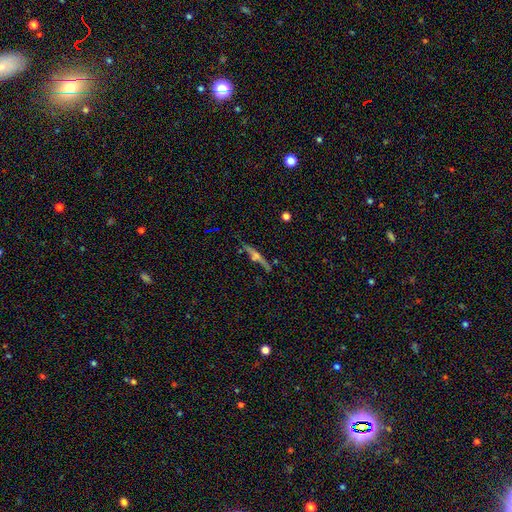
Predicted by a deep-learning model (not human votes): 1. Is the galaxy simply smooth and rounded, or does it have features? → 68% featured or disk, 20% smooth, 12% star or artifact.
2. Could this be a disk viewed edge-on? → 96% yes, 4% no.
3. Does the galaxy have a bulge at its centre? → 74% rounded, 16% none, 10% boxy.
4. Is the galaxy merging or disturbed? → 82% none, 11% minor disturbance, 3% merger, 3% major disturbance.